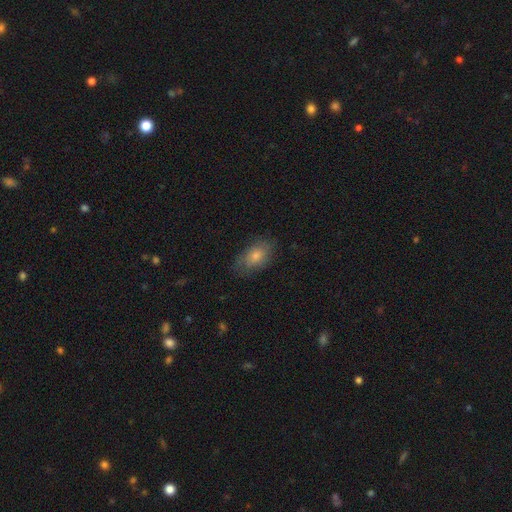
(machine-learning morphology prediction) A smooth galaxy with no disk features (67%) that is in between round and cigar-shaped (86%). Merging: none (74%).